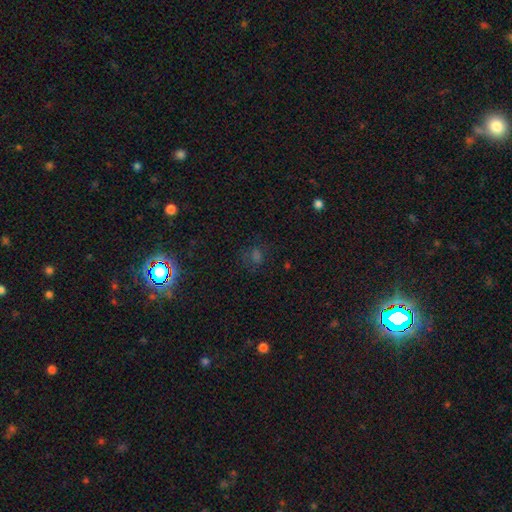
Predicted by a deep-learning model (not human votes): This appears to be a star or artifact, not a galaxy (50%).